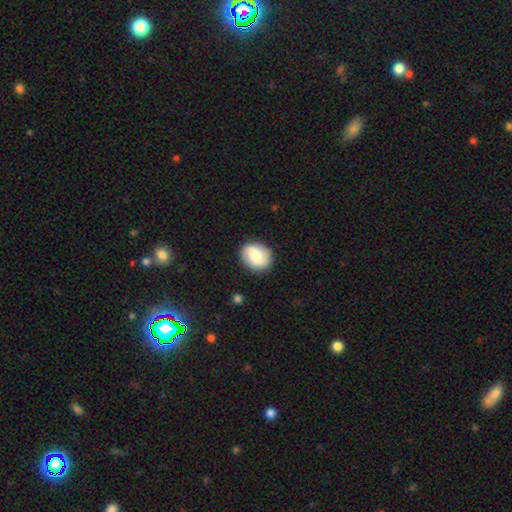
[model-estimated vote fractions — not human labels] Morphology: type=smooth (68%); roundness=in between (54%); merging=none (86%).